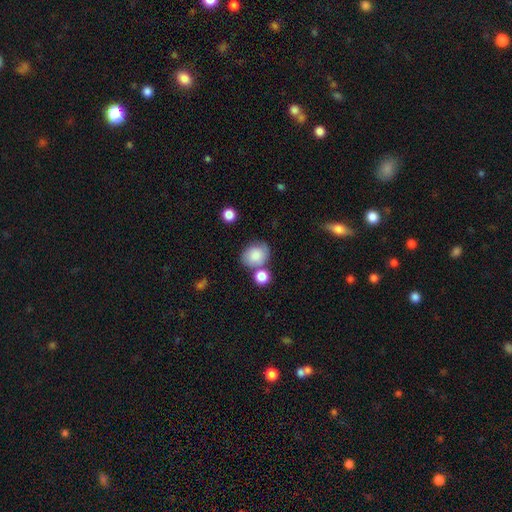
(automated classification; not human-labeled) Smooth or featured? Predicted: smooth (p=0.79). How rounded? Predicted: round (p=0.61). Merging? Predicted: none (p=0.56).